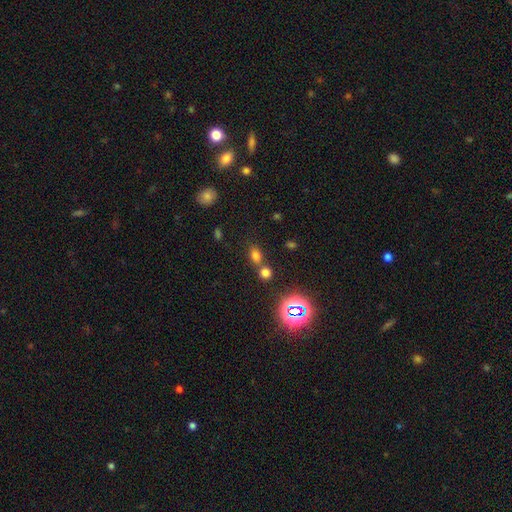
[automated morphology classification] smooth-or-featured: smooth: 65% | star or artifact: 27% | featured or disk: 8%
  how-rounded: in between: 60% | round: 37% | cigar-shaped: 3%
  merging: none: 53% | merger: 34% | minor disturbance: 9% | major disturbance: 4%